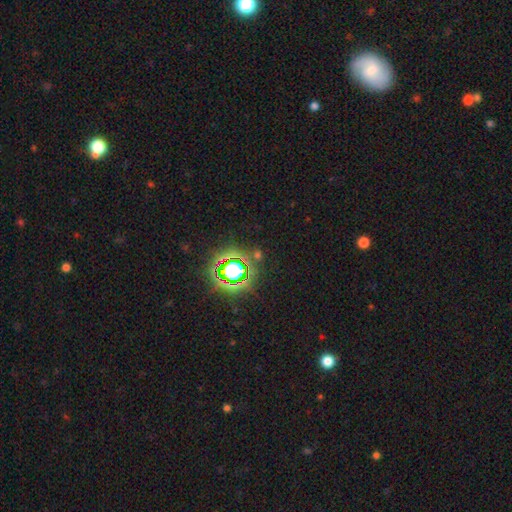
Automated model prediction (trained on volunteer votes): smooth-or-featured: star or artifact: 73% | smooth: 18% | featured or disk: 9%